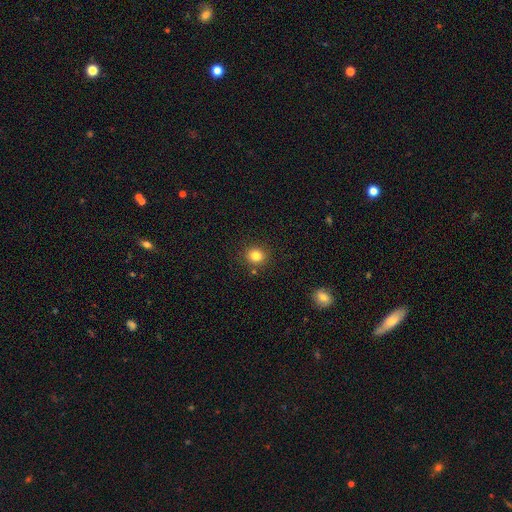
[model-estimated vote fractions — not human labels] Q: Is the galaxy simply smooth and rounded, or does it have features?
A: smooth — 82%.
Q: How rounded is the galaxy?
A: round — 88%.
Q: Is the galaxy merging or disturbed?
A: none — 87%.